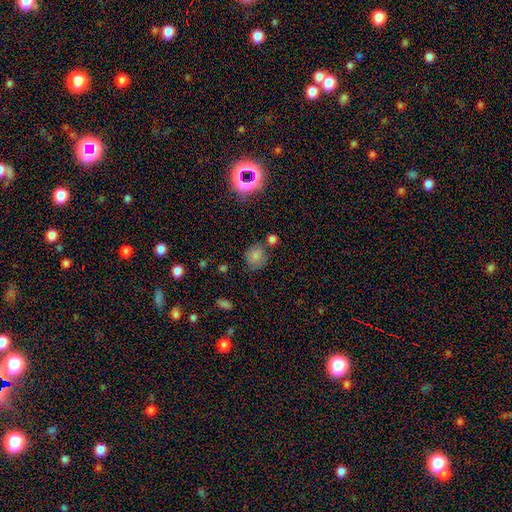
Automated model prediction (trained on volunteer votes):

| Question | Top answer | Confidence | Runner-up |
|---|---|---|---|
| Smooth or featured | smooth | 75% | star or artifact (18%) |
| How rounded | round | 75% | in between (24%) |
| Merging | none | 67% | minor disturbance (17%) |